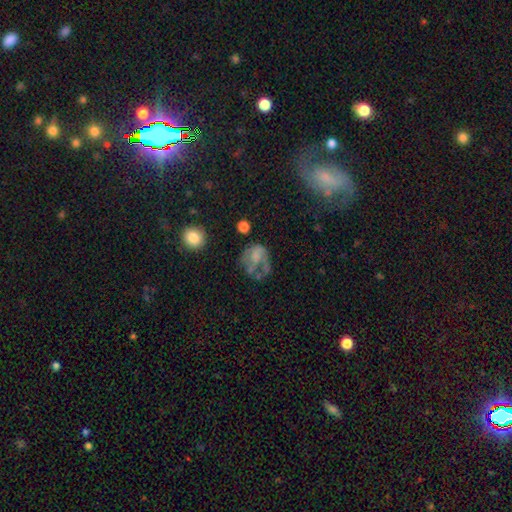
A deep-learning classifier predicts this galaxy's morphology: smooth_or_featured: featured or disk (p=0.47) [alt: smooth p=0.41]
merging: major disturbance (p=0.41) [alt: none p=0.28]